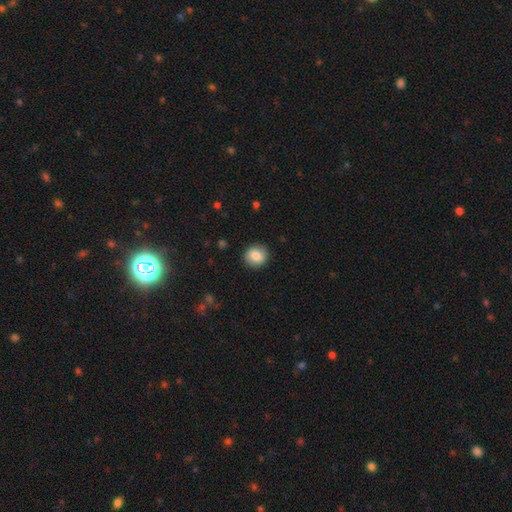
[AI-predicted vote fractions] This is clearly a smooth galaxy (84%). How rounded: clearly round (87%). Merging: clearly none (90%).